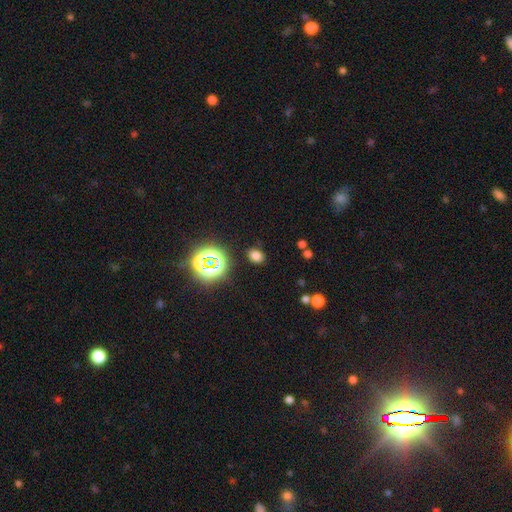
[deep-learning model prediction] Q: Smooth or featured?
A: smooth (70%); runner-up: star or artifact (24%)
Q: How rounded?
A: in between (59%); runner-up: round (40%)
Q: Merging?
A: none (86%); runner-up: minor disturbance (9%)